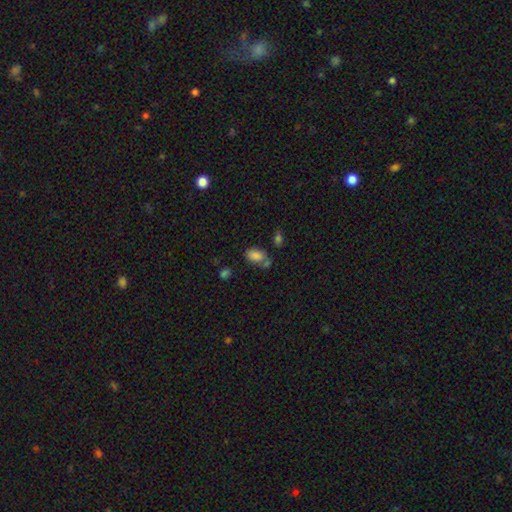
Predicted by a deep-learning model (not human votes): Overall: smooth (83%). How rounded: in between (90%). Merging: none (53%; merger 22%).